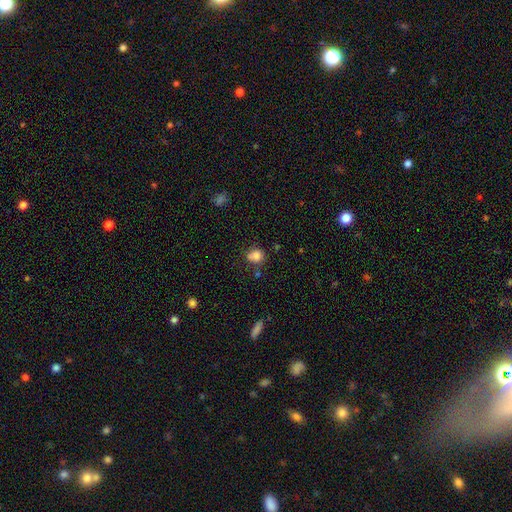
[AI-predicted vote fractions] This appears to be a smooth galaxy with no disk features (80%) that is round (70%). Merging: none (55%).